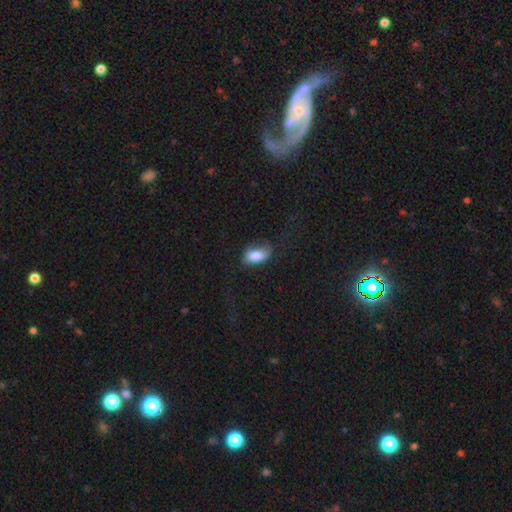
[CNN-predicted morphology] Smooth or featured: smooth — 79% (featured or disk — 13%)
How rounded: in between — 91% (round — 5%)
Merging: none — 50% (minor disturbance — 28%)